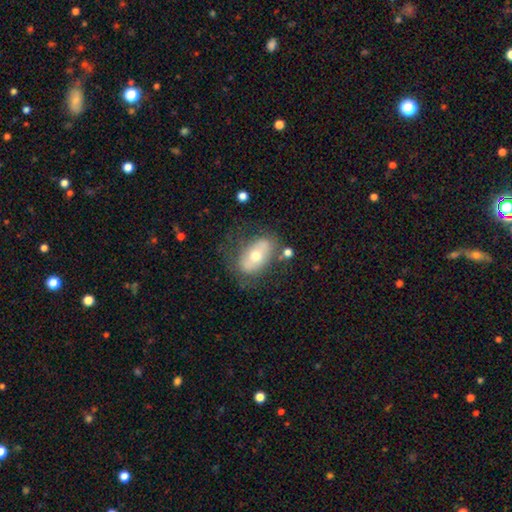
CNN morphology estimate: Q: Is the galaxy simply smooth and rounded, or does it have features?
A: smooth — 48%.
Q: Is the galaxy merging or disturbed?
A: none — 61%.